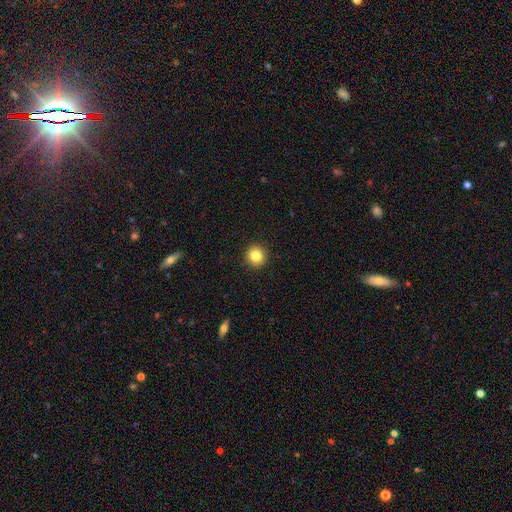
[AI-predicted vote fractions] A smooth galaxy with no disk features (83%) that is round (94%).

Vote fractions:
- Smooth or featured? smooth: 83% / star or artifact: 11% / featured or disk: 6%
- How rounded? round: 94% / in between: 5% / cigar-shaped: 1%
- Merging? none: 93% / minor disturbance: 5% / major disturbance: 2% / merger: 1%